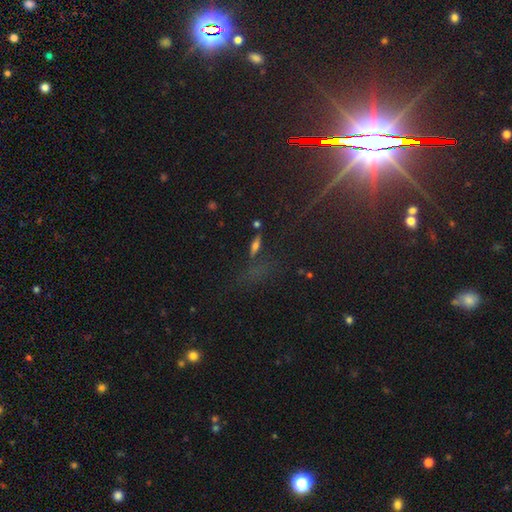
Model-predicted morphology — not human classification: Q: Smooth or featured?
A: star or artifact (76%); runner-up: featured or disk (15%)